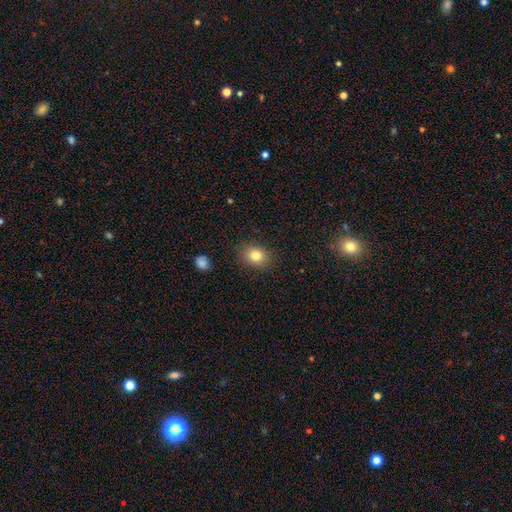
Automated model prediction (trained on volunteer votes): A smooth galaxy with no disk features (81%) that is in between round and cigar-shaped (53%). Merging: none (87%).